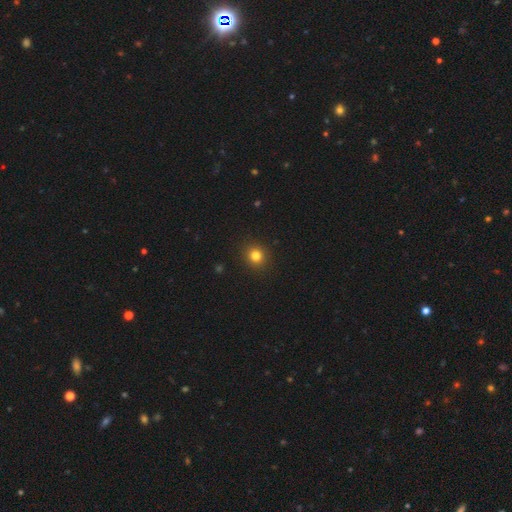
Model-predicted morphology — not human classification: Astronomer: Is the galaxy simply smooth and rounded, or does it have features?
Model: smooth — 81%.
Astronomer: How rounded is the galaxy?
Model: round — 87%.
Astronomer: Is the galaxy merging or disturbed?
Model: none — 92%.